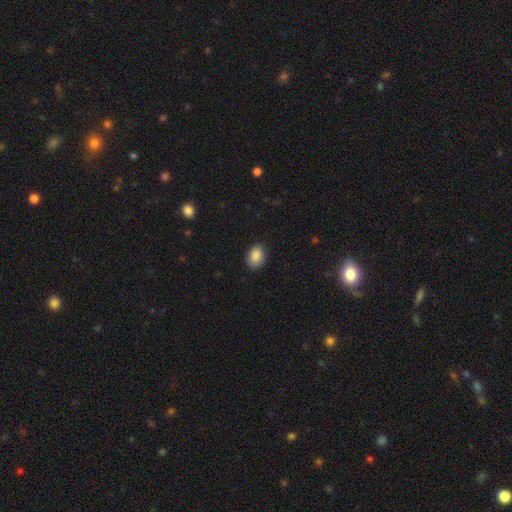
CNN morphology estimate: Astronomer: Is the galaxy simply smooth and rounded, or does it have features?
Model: smooth — 88%.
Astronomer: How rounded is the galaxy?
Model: in between — 70%.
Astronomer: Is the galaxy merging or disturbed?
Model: none — 87%.